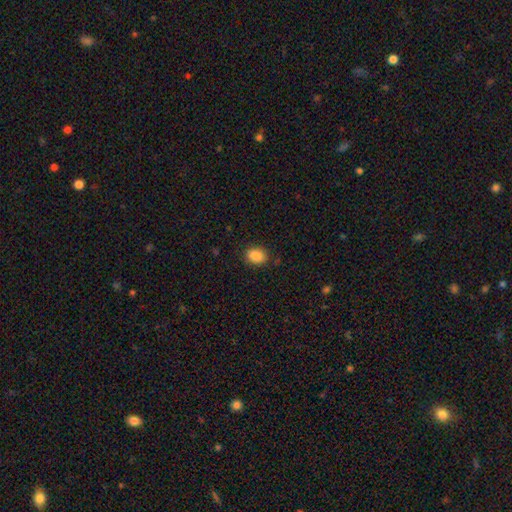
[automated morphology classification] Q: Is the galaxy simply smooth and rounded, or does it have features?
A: smooth — 88%.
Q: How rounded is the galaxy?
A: in between — 71%.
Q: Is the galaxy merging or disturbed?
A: none — 85%.